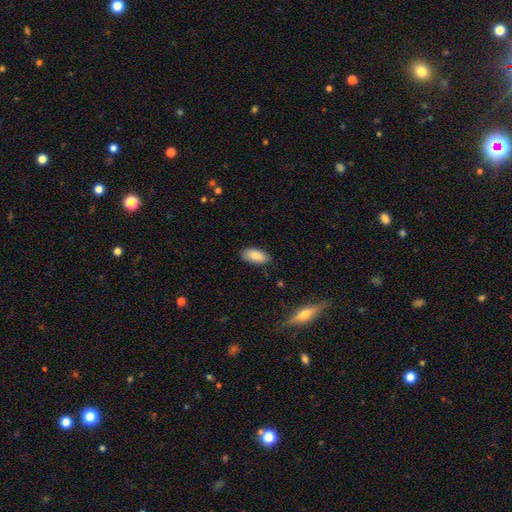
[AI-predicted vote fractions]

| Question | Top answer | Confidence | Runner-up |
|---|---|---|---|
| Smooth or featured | smooth | 86% | featured or disk (7%) |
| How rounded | in between | 91% | cigar-shaped (6%) |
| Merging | none | 84% | minor disturbance (12%) |